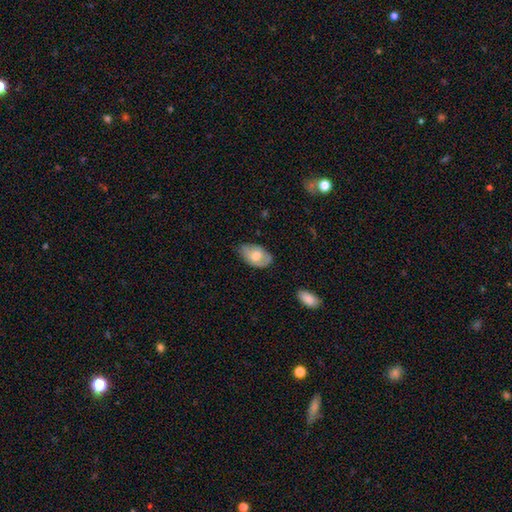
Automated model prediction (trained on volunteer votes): smooth-or-featured: smooth: 67% | featured or disk: 27% | star or artifact: 6%
  how-rounded: in between: 91% | round: 8% | cigar-shaped: 1%
  merging: none: 66% | minor disturbance: 28% | major disturbance: 5% | merger: 1%